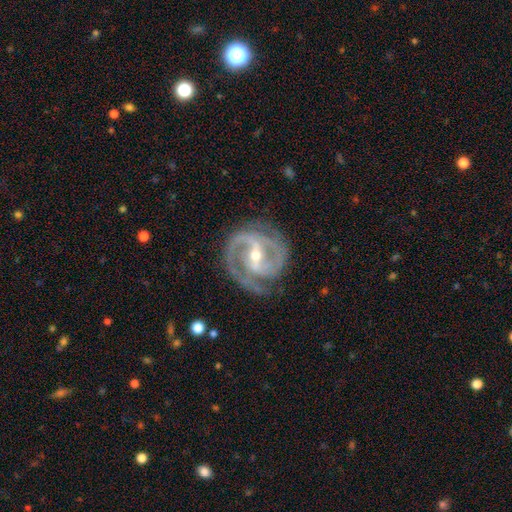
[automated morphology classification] Smooth or featured: featured or disk — 92% (star or artifact — 4%)
Edge-on disk: no — 97% (yes — 3%)
Bar: strong — 54% (weak — 34%)
Spiral arms: yes — 98% (no — 2%)
Spiral winding: medium — 49% (tight — 43%)
Spiral arm count: 2 — 82% (3 — 9%)
Bulge size: small — 50% (moderate — 47%)
Merging: none — 76% (minor disturbance — 16%)